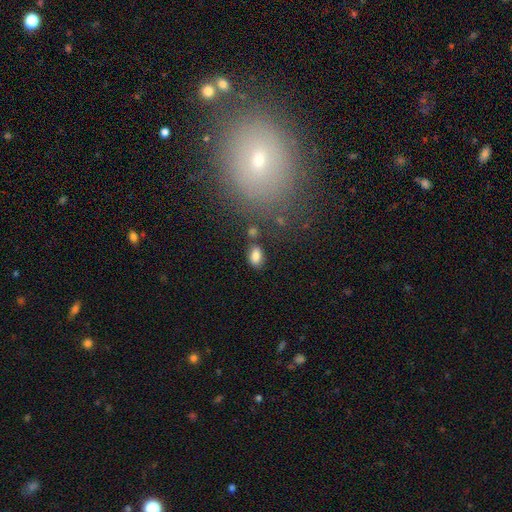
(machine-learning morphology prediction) smooth_or_featured: smooth (p=0.83) [alt: star or artifact p=0.09]
how_rounded: in between (p=0.89) [alt: round p=0.09]
merging: none (p=0.74) [alt: minor disturbance p=0.14]